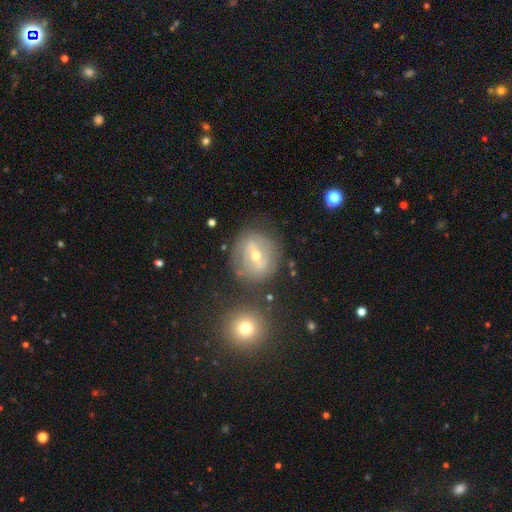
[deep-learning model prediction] Morphology: type=featured or disk (63%); edge-on=no (93%); bar=strong (41%); spiral arms=no (58%); bulge=moderate (58%); merging=none (73%).